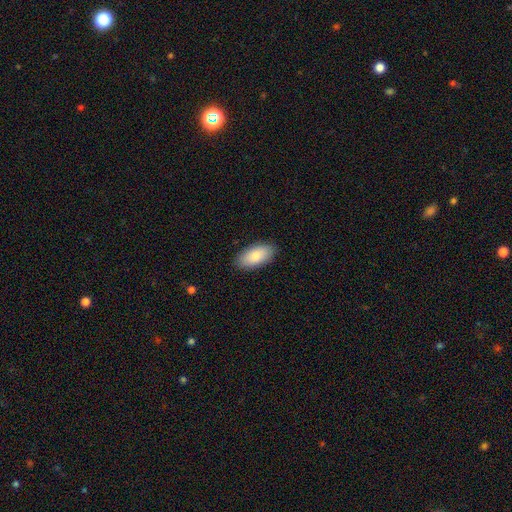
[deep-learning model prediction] Overall: smooth (84%). How rounded: in between (93%). Merging: none (88%).